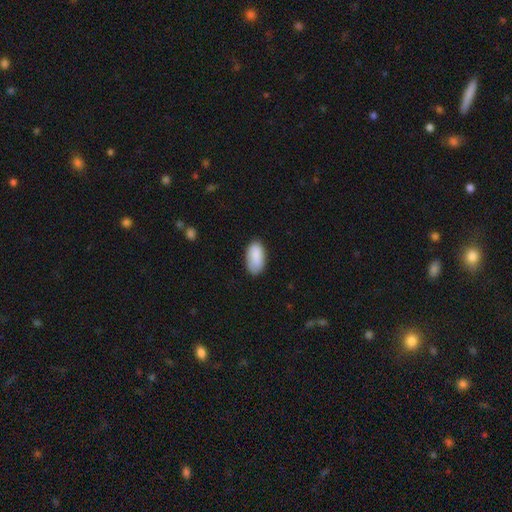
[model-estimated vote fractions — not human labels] A smooth galaxy with no disk features (87%) that is in between round and cigar-shaped (95%).

Vote fractions:
- Smooth or featured? smooth: 87% / featured or disk: 6% / star or artifact: 6%
- How rounded? in between: 95% / round: 3% / cigar-shaped: 3%
- Merging? none: 79% / minor disturbance: 16% / major disturbance: 3% / merger: 1%